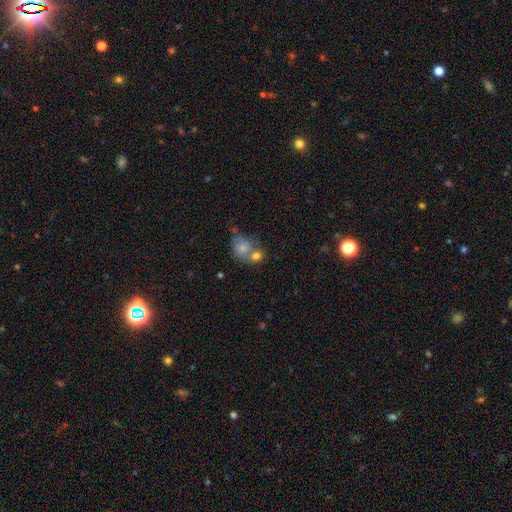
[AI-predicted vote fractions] The model was most divided on "merging": none: 41%, merger: 38%, minor disturbance: 12%, major disturbance: 9%. Remaining: smooth or featured — smooth (43%).